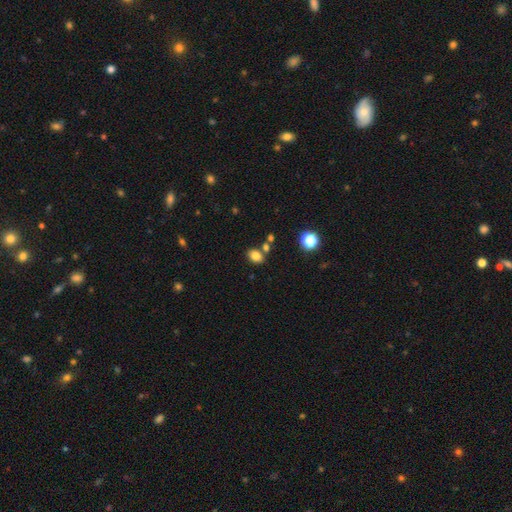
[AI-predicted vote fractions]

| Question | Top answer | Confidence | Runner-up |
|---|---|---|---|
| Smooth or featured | smooth | 81% | star or artifact (13%) |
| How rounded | in between | 69% | round (30%) |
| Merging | none | 72% | merger (13%) |